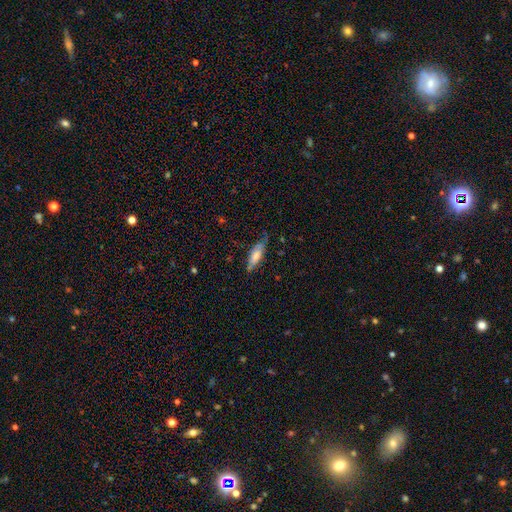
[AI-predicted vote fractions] This appears to be a smooth galaxy with no disk features (61%) that is in between round and cigar-shaped (56%). Merging: none (60%).